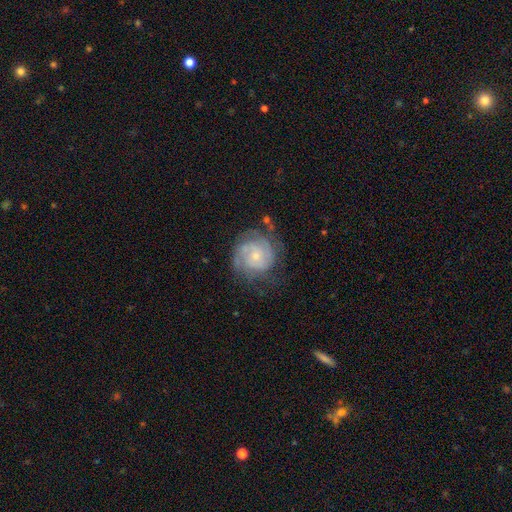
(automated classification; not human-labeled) A featured or disk galaxy (75%) with no bar (72%), 2 (38%) tight (63%) spiral arms (91%) and a small central bulge (65%).

Vote fractions:
- Smooth or featured? featured or disk: 75% / smooth: 19% / star or artifact: 6%
- Edge-on disk? no: 98% / yes: 2%
- Bar? no: 72% / weak: 25% / strong: 4%
- Spiral arms? yes: 91% / no: 9%
- Spiral winding? tight: 63% / medium: 29% / loose: 8%
- Spiral arm count? 2: 38% / can't tell: 32% / 3: 16% / 4: 5% / 1: 5% / more than 4: 4%
- Bulge size? small: 65% / moderate: 28% / none: 4% / large: 2% / dominant: 1%
- Merging? none: 64% / minor disturbance: 21% / major disturbance: 12% / merger: 2%